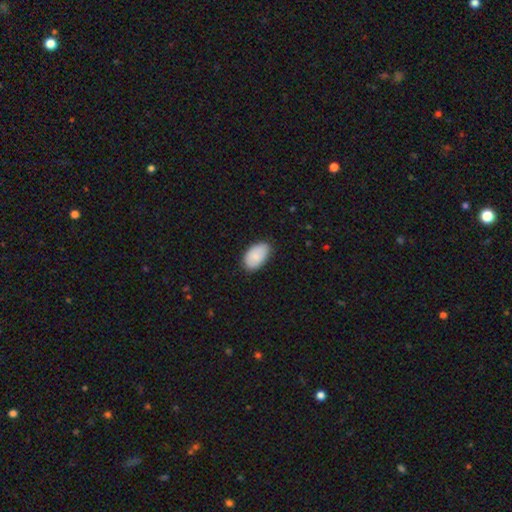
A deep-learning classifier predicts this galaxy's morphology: smooth-or-featured: smooth: 87% | featured or disk: 7% | star or artifact: 6%
  how-rounded: in between: 94% | round: 4% | cigar-shaped: 1%
  merging: none: 76% | minor disturbance: 20% | major disturbance: 3% | merger: 1%